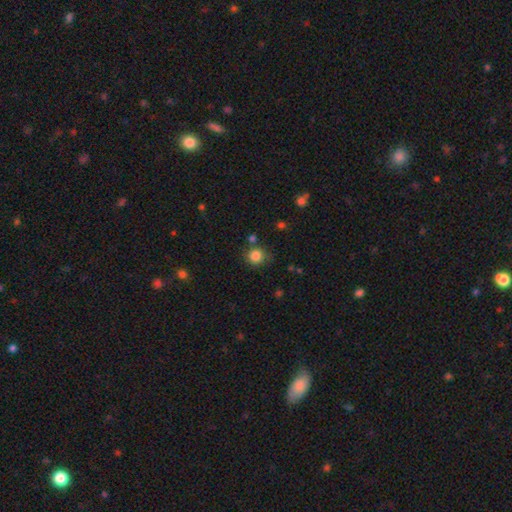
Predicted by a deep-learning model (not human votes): Overall: smooth (84%). How rounded: round (90%). Merging: none (77%).